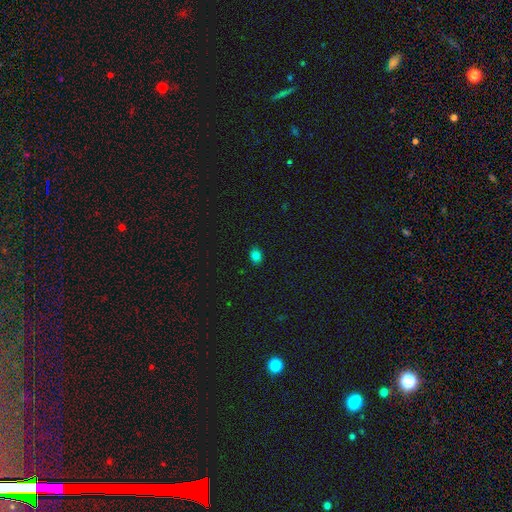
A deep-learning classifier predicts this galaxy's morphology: smooth-or-featured: smooth: 81% | star or artifact: 15% | featured or disk: 5%
  how-rounded: in between: 59% | round: 40% | cigar-shaped: 1%
  merging: none: 88% | minor disturbance: 9% | major disturbance: 2% | merger: 1%